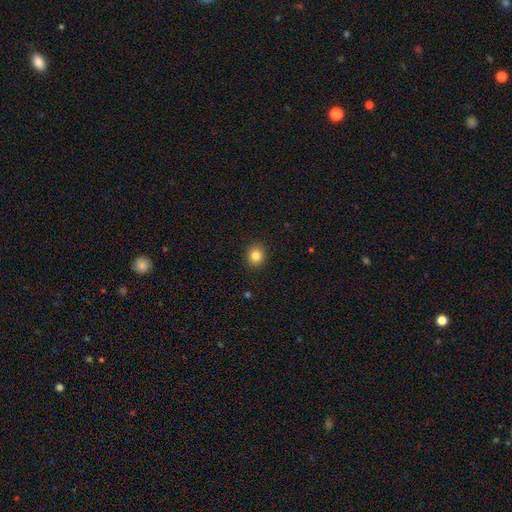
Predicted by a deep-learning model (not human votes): This is clearly a smooth galaxy (83%). How rounded: clearly round (83%). Merging: clearly none (91%).